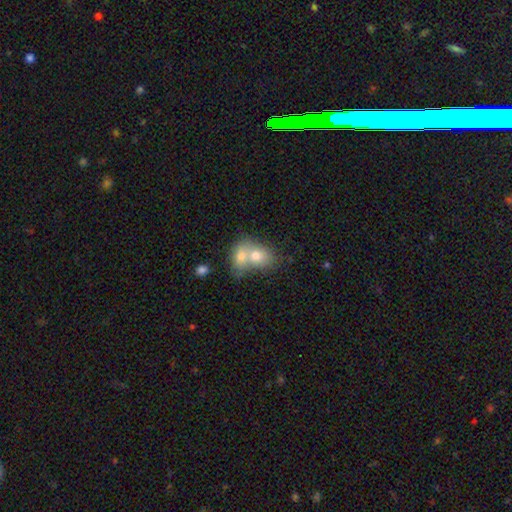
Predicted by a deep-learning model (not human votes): smooth_or_featured: smooth (p=0.71) [alt: featured or disk p=0.20]
how_rounded: in between (p=0.60) [alt: round p=0.38]
merging: merger (p=0.73) [alt: none p=0.18]